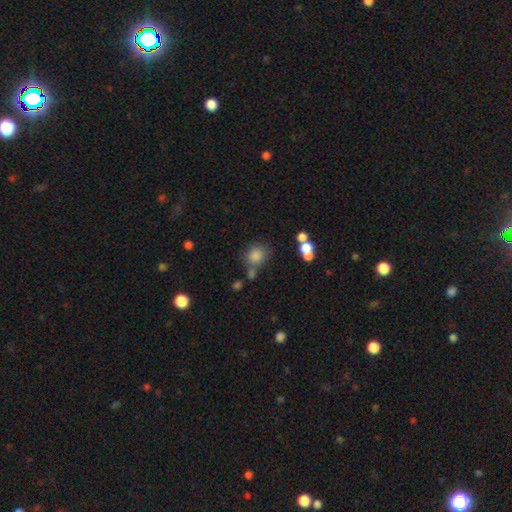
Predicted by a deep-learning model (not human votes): Smooth or featured? smooth (80%)
How rounded? round (72%)
Merging? none (59%)